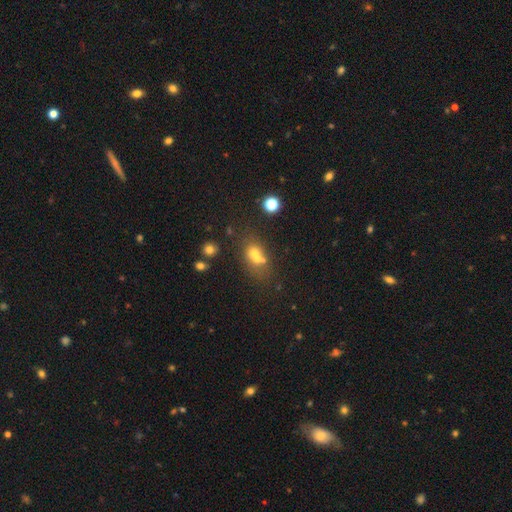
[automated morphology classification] Q: Smooth or featured?
A: smooth (58%); runner-up: featured or disk (23%)
Q: How rounded?
A: in between (56%); runner-up: round (41%)
Q: Merging?
A: merger (53%); runner-up: none (30%)